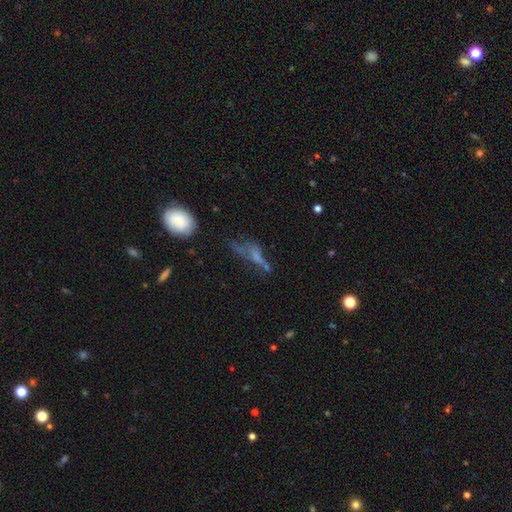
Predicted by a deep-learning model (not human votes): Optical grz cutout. It shows a featured or disk galaxy (39%). Merging: none (40%).